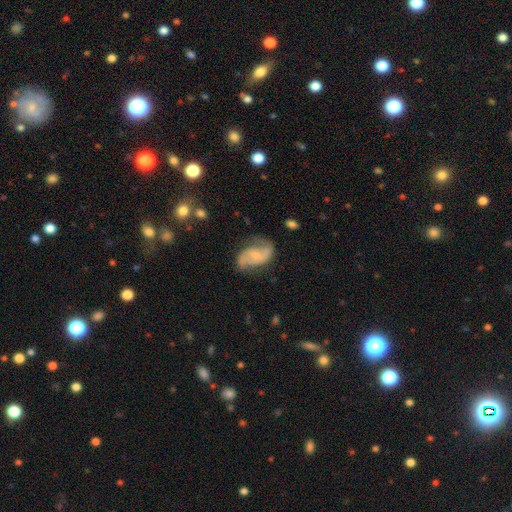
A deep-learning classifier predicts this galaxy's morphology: Q: Smooth or featured?
A: featured or disk (77%); runner-up: smooth (16%)
Q: Edge-on disk?
A: no (97%); runner-up: yes (3%)
Q: Bar?
A: no (45%); runner-up: weak (43%)
Q: Spiral arms?
A: yes (94%); runner-up: no (6%)
Q: Spiral winding?
A: medium (44%); runner-up: loose (39%)
Q: Spiral arm count?
A: 2 (88%); runner-up: can't tell (6%)
Q: Bulge size?
A: small (60%); runner-up: moderate (23%)
Q: Merging?
A: none (64%); runner-up: minor disturbance (23%)